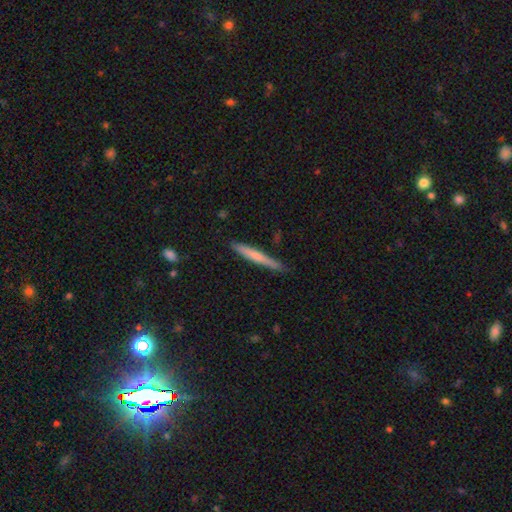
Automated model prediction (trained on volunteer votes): Morphology: type=smooth (61%); roundness=cigar-shaped (96%); merging=none (83%).